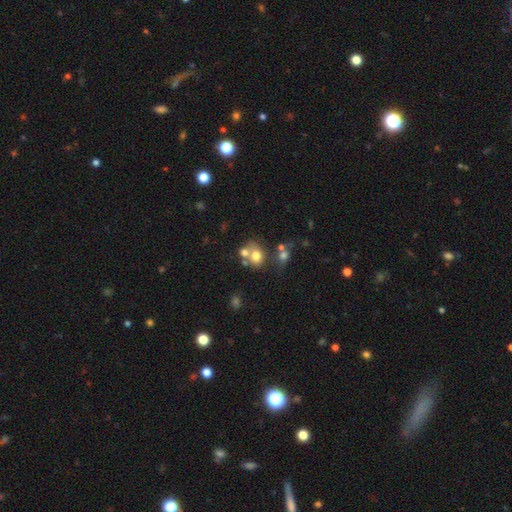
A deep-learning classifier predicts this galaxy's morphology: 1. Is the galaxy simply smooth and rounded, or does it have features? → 68% smooth, 18% featured or disk, 13% star or artifact.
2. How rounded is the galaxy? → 62% round, 37% in between, 1% cigar-shaped.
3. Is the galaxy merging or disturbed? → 42% none, 41% merger, 11% minor disturbance, 6% major disturbance.